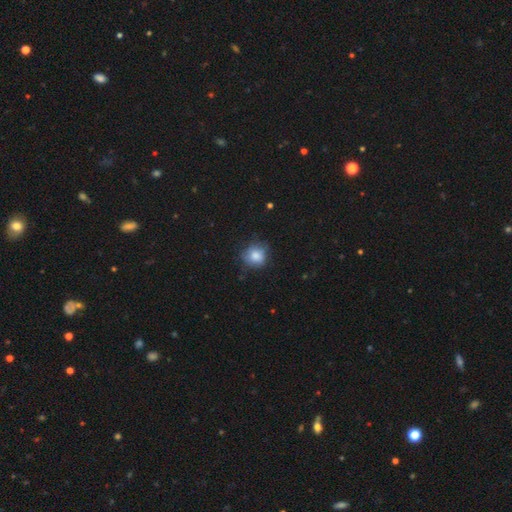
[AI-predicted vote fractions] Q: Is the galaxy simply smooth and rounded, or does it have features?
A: smooth — 79%.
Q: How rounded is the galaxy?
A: round — 83%.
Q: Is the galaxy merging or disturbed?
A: none — 67%.